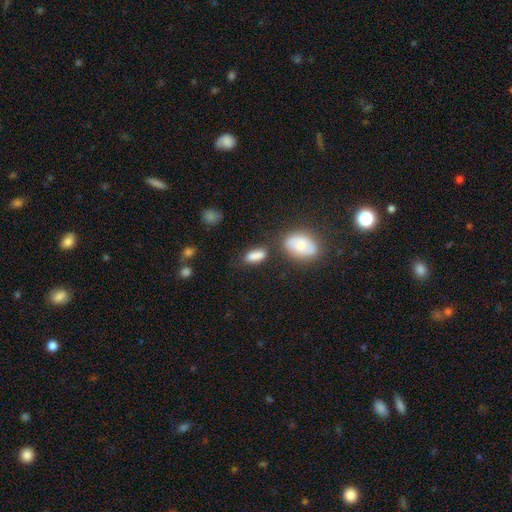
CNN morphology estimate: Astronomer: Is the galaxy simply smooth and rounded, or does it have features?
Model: smooth — 85%.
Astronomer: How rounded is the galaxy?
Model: in between — 77%.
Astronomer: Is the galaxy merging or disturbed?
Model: none — 64%.